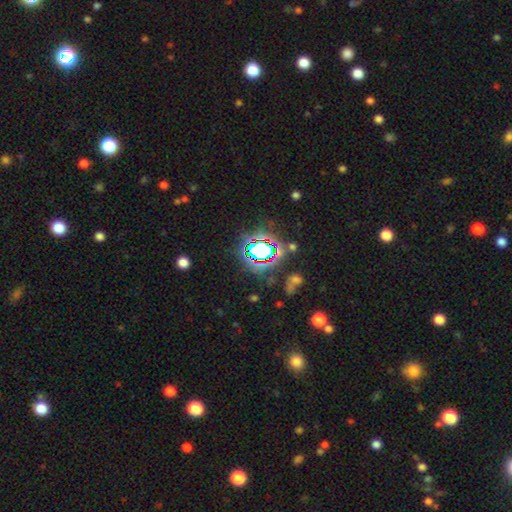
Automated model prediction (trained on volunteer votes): The model was most divided on "smooth or featured": star or artifact: 76%, smooth: 15%, featured or disk: 10%.